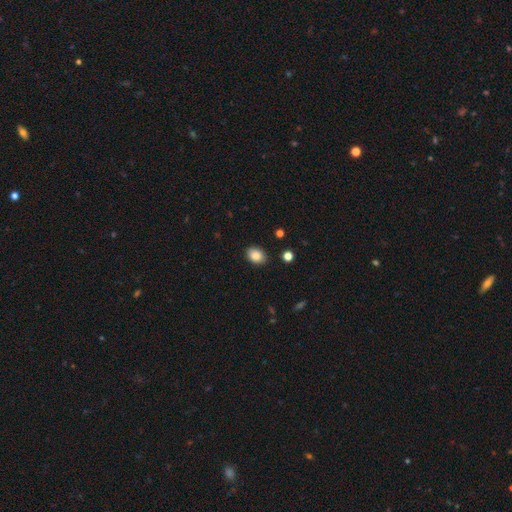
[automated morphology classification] This appears to be a smooth galaxy with no disk features (86%) that is in between round and cigar-shaped (72%). Merging: none (87%).